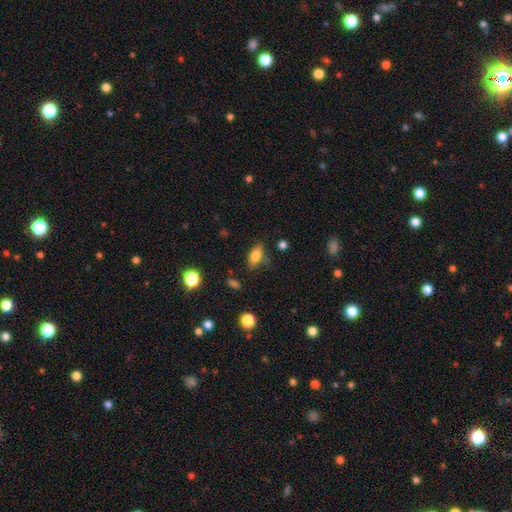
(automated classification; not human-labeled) This is likely a smooth galaxy (80%). How rounded: clearly in between (85%). Merging: likely none (72%).